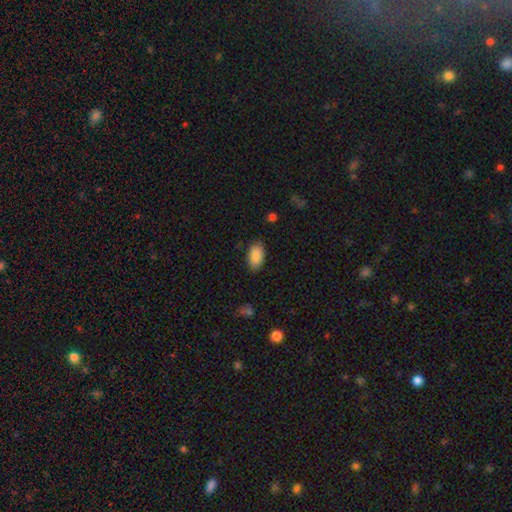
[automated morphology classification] Smooth or featured? smooth (88%)
How rounded? in between (94%)
Merging? none (83%)